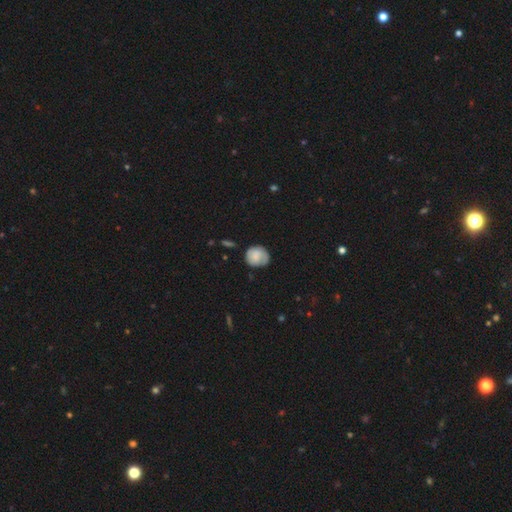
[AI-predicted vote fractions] A smooth galaxy with no disk features (72%) that is round (81%).

Vote fractions:
- Smooth or featured? smooth: 72% / featured or disk: 21% / star or artifact: 7%
- How rounded? round: 81% / in between: 18% / cigar-shaped: 1%
- Merging? none: 63% / minor disturbance: 28% / major disturbance: 7% / merger: 2%